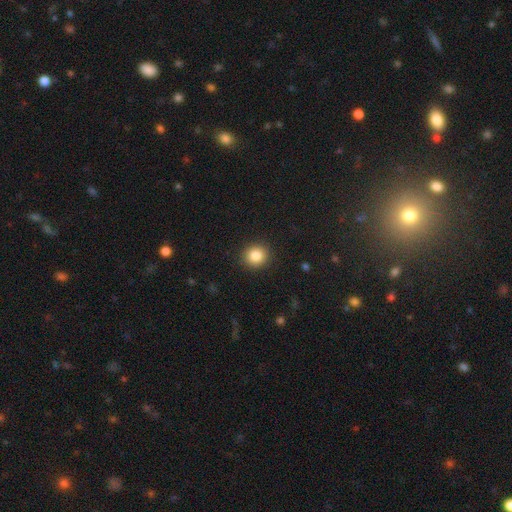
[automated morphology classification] The model was most divided on "smooth or featured": smooth: 85%, star or artifact: 10%, featured or disk: 5%. More confident: merging — none (91%); how rounded — round (87%).